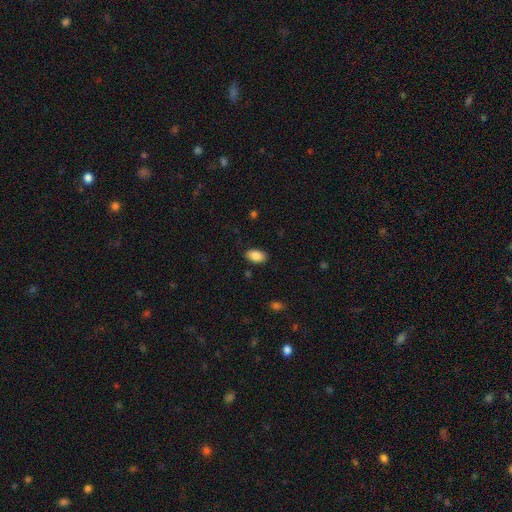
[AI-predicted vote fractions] Smooth or featured: smooth — 87% (star or artifact — 7%)
How rounded: in between — 92% (round — 7%)
Merging: none — 86% (minor disturbance — 10%)